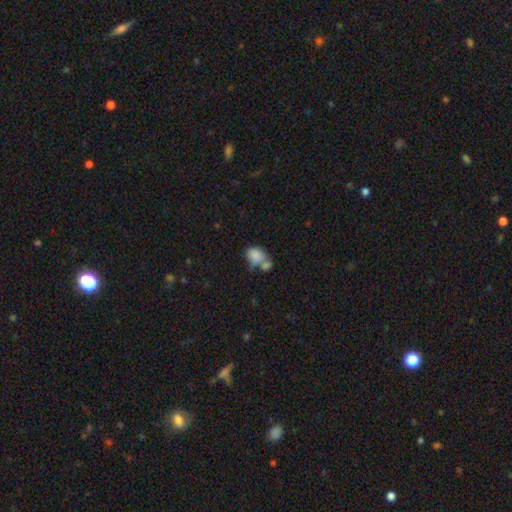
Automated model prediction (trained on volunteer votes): This appears to be a smooth galaxy with no disk features (79%) that is in between round and cigar-shaped (67%). Merging: merger (54%).